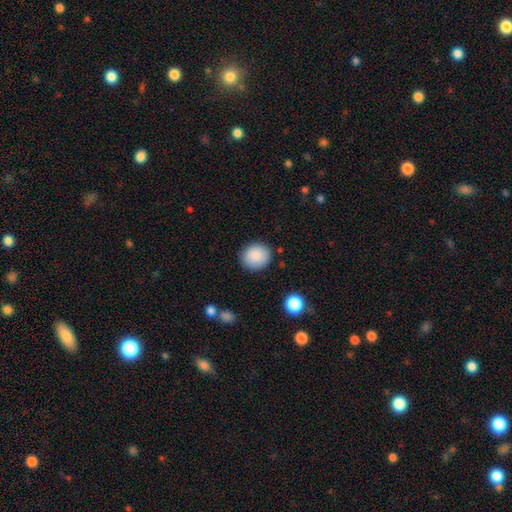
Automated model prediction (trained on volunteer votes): The model was most divided on "how rounded": round: 83%, in between: 16%, cigar-shaped: 1%. More confident: smooth or featured — smooth (89%); merging — none (87%).